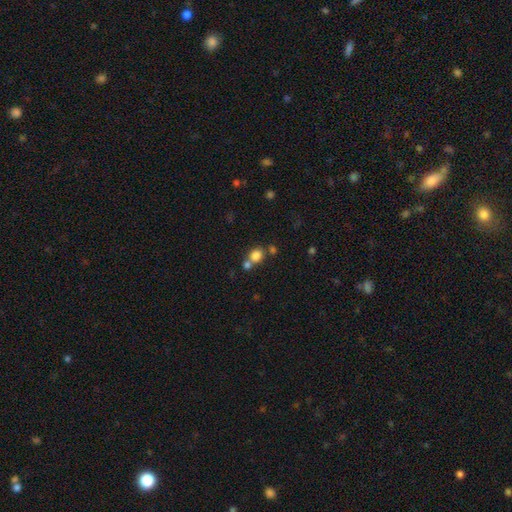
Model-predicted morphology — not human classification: This is clearly a smooth galaxy (80%). How rounded: likely round (79%). Merging: possibly none (53%).